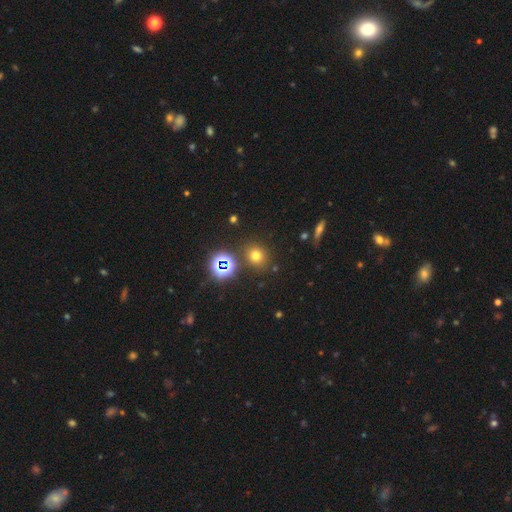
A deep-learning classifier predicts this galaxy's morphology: Smooth or featured?
  - smooth: 66% *
  - star or artifact: 26%
  - featured or disk: 8%
How rounded?
  - round: 78% *
  - in between: 20%
  - cigar-shaped: 1%
Merging?
  - none: 83% *
  - minor disturbance: 9%
  - merger: 5%
  - major disturbance: 3%